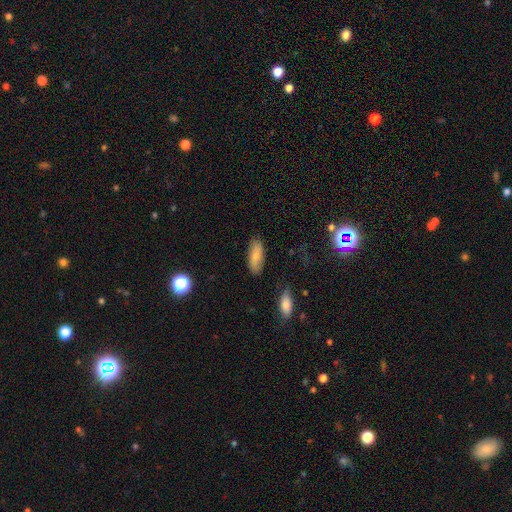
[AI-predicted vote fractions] Morphology: type=smooth (77%); roundness=in between (80%); merging=none (83%).